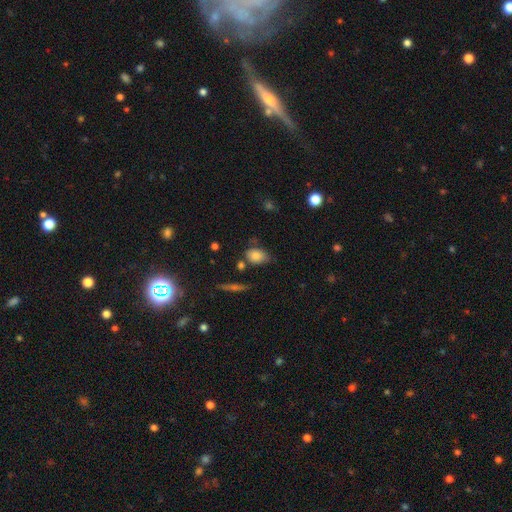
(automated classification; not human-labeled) Smooth or featured? smooth (80%)
How rounded? in between (81%)
Merging? none (60%)